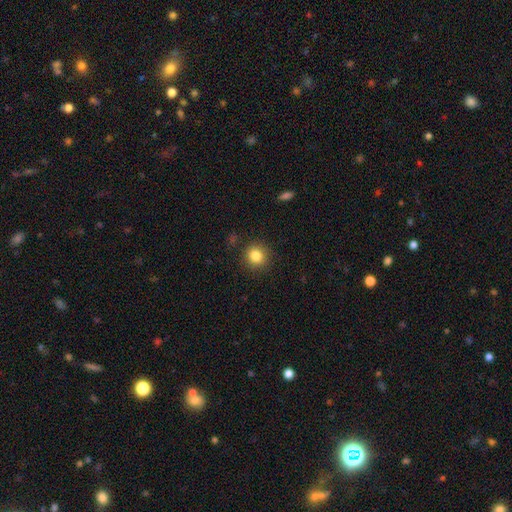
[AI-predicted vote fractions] Smooth or featured: smooth — 84% (star or artifact — 11%)
How rounded: round — 89% (in between — 10%)
Merging: none — 89% (minor disturbance — 7%)